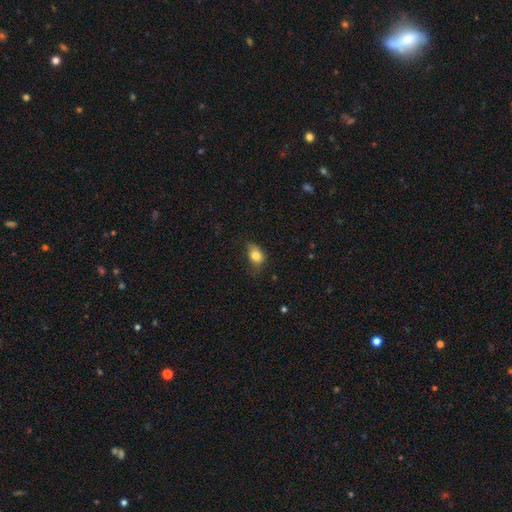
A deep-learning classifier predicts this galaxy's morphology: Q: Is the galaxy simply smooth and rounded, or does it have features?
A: smooth — 81%.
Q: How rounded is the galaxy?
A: in between — 75%.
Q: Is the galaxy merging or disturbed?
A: none — 54%.